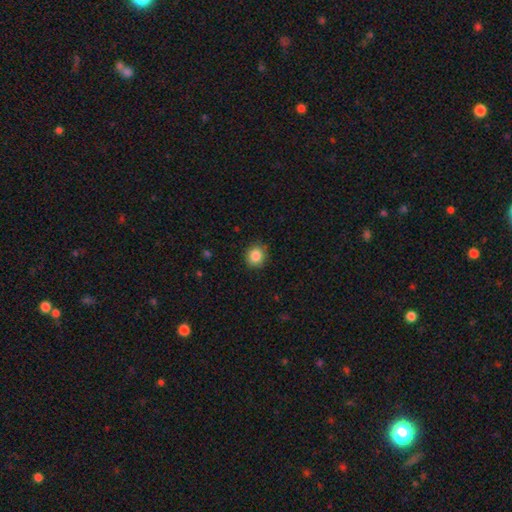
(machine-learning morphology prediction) Smooth or featured? smooth (86%)
How rounded? round (84%)
Merging? none (88%)